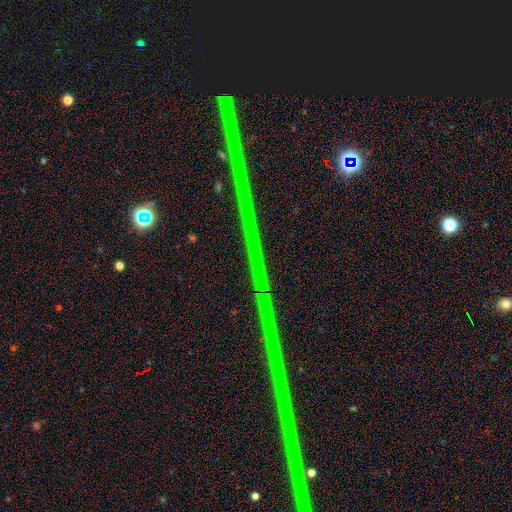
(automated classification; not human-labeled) Smooth or featured? star or artifact (88%)